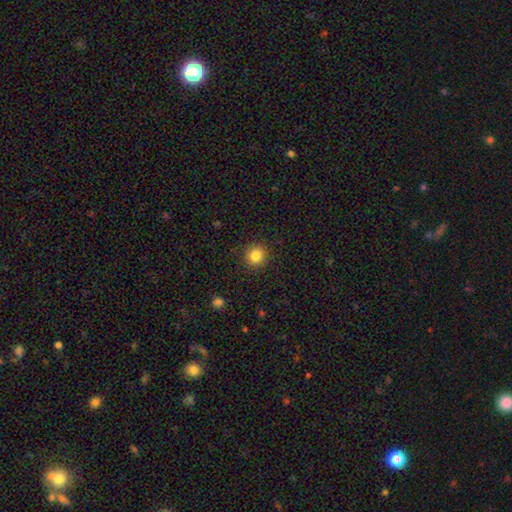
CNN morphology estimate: Smooth or featured?
  - smooth: 84% *
  - star or artifact: 11%
  - featured or disk: 5%
How rounded?
  - round: 90% *
  - in between: 9%
  - cigar-shaped: 1%
Merging?
  - none: 91% *
  - minor disturbance: 6%
  - major disturbance: 2%
  - merger: 1%